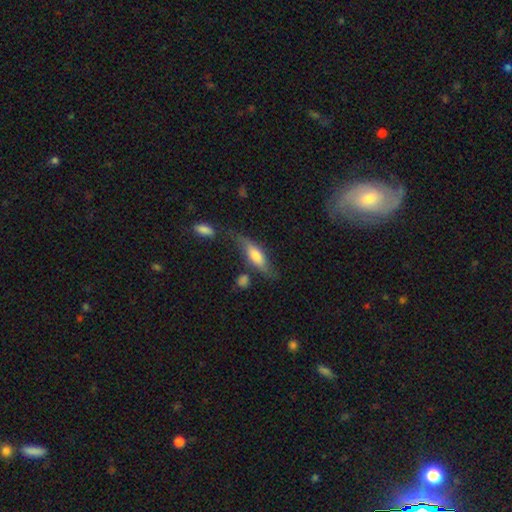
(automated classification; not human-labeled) A smooth galaxy with no disk features (53%) that is cigar-shaped (54%).

Vote fractions:
- Smooth or featured? smooth: 53% / featured or disk: 41% / star or artifact: 7%
- How rounded? cigar-shaped: 54% / in between: 43% / round: 3%
- Merging? none: 58% / minor disturbance: 23% / major disturbance: 9% / merger: 9%